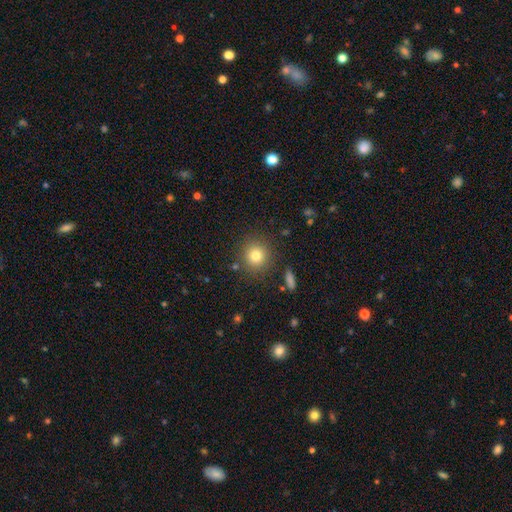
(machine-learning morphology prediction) smooth-or-featured: smooth: 79% | star or artifact: 12% | featured or disk: 9%
  how-rounded: round: 90% | in between: 9% | cigar-shaped: 1%
  merging: none: 86% | minor disturbance: 8% | major disturbance: 3% | merger: 3%